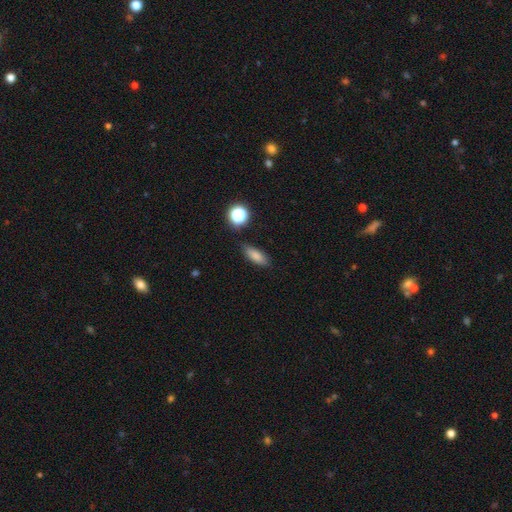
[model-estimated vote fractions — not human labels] smooth 82%, star or artifact 10%, featured or disk 7%. Down the decision tree: how rounded — in between (68%); merging — none (84%).